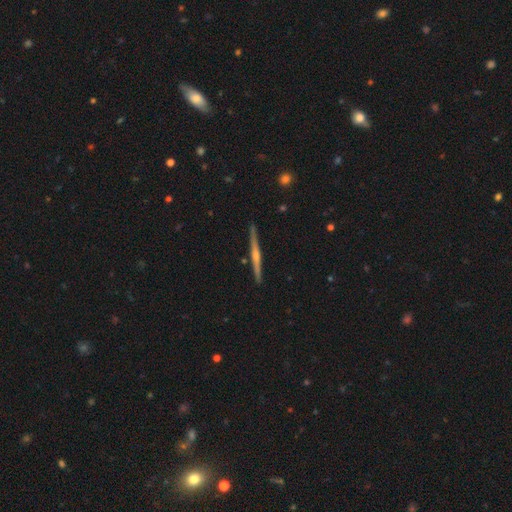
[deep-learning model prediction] This is likely a featured or disk galaxy (73%). It is clearly viewed edge-on (97%). Edge-on bulge: likely rounded (68%). Merging: clearly none (88%).